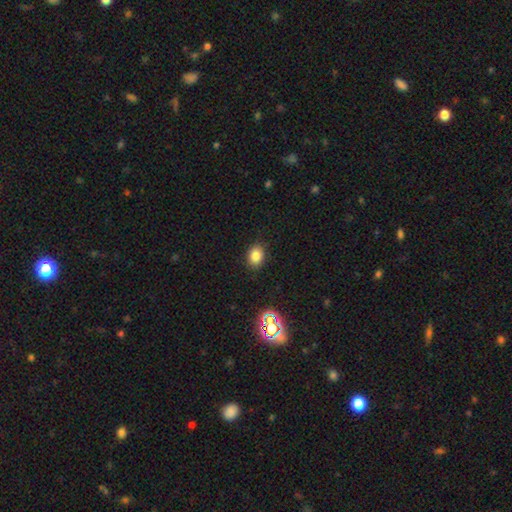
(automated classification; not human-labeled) Overall: smooth (81%). How rounded: in between (56%; round 43%). Merging: none (87%).